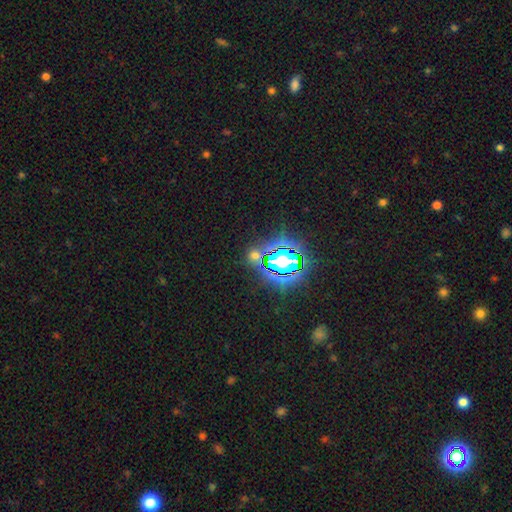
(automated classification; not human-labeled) Smooth or featured: star or artifact — 62% (smooth — 29%)